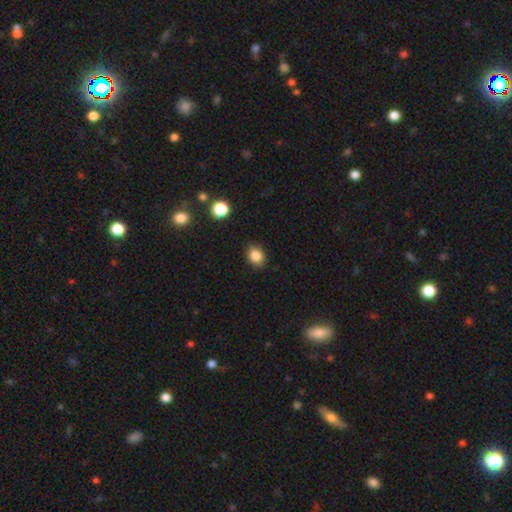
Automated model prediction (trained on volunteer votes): A smooth galaxy with no disk features (85%) that is in between round and cigar-shaped (52%).

Vote fractions:
- Smooth or featured? smooth: 85% / star or artifact: 10% / featured or disk: 5%
- How rounded? in between: 52% / round: 47% / cigar-shaped: 1%
- Merging? none: 86% / minor disturbance: 11% / major disturbance: 2% / merger: 1%